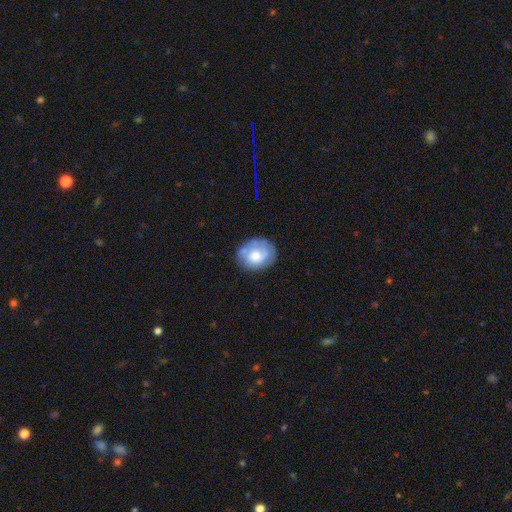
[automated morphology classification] Smooth or featured?
  - smooth: 58% *
  - featured or disk: 34%
  - star or artifact: 8%
How rounded?
  - round: 54% *
  - in between: 45%
  - cigar-shaped: 1%
Merging?
  - none: 62% *
  - minor disturbance: 24%
  - major disturbance: 9%
  - merger: 5%